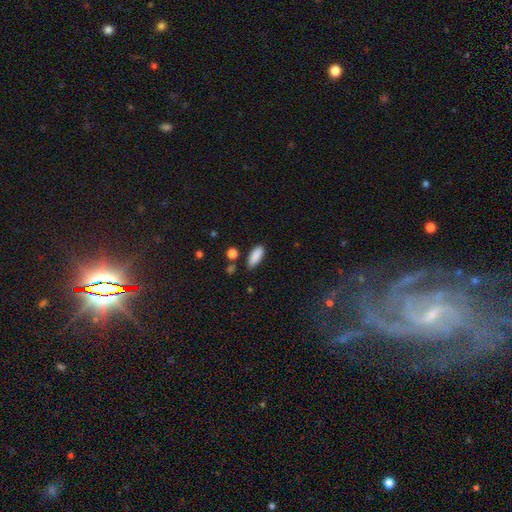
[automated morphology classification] smooth_or_featured: smooth (p=0.89) [alt: star or artifact p=0.07]
how_rounded: in between (p=0.77) [alt: cigar-shaped p=0.20]
merging: none (p=0.80) [alt: minor disturbance p=0.13]